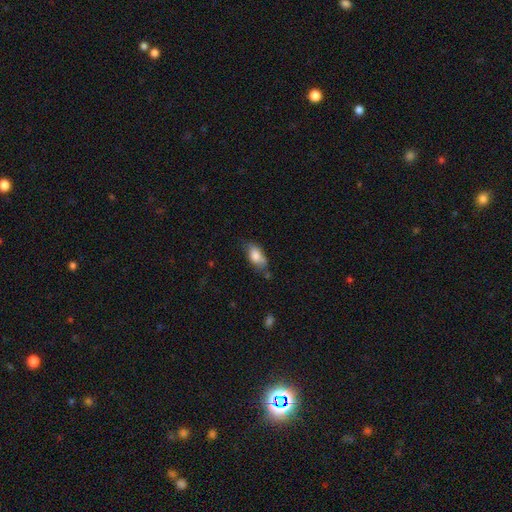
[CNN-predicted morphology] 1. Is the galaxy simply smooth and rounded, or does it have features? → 78% smooth, 14% featured or disk, 8% star or artifact.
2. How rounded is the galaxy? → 88% in between, 7% cigar-shaped, 5% round.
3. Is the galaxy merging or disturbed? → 51% none, 33% minor disturbance, 10% major disturbance, 6% merger.